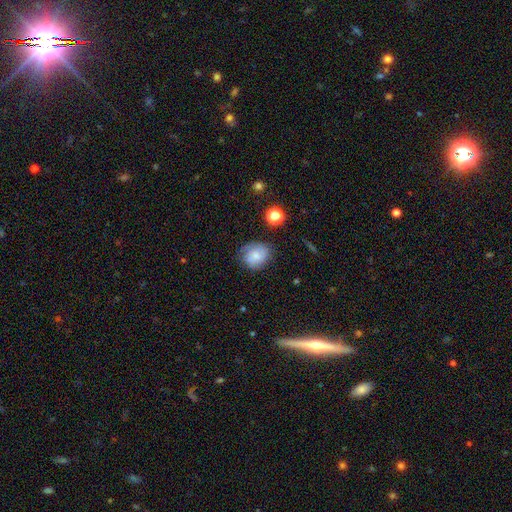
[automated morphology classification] Smooth or featured? Predicted: smooth (p=0.61). How rounded? Predicted: round (p=0.63). Merging? Predicted: none (p=0.66).